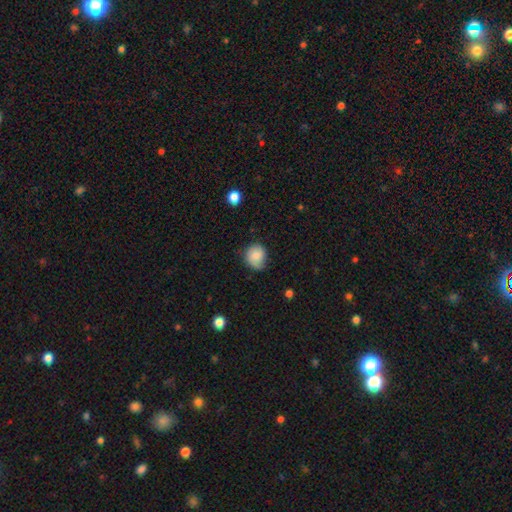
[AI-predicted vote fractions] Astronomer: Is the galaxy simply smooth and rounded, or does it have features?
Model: smooth — 78%.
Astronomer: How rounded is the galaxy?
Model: round — 73%.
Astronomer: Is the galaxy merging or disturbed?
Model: none — 58%.